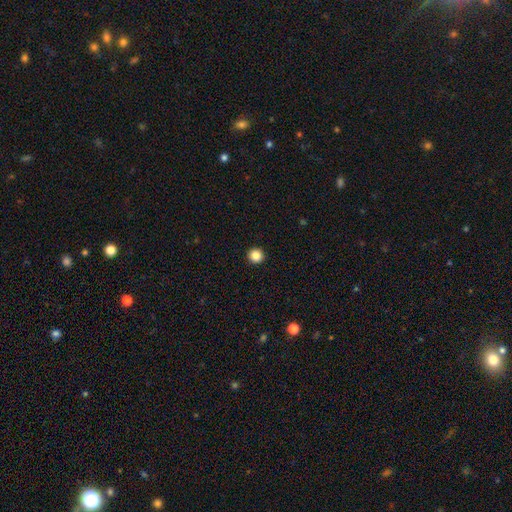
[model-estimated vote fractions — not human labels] smooth-or-featured: smooth: 86% | star or artifact: 10% | featured or disk: 4%
  how-rounded: round: 95% | in between: 4% | cigar-shaped: 1%
  merging: none: 94% | minor disturbance: 4% | major disturbance: 1% | merger: 1%